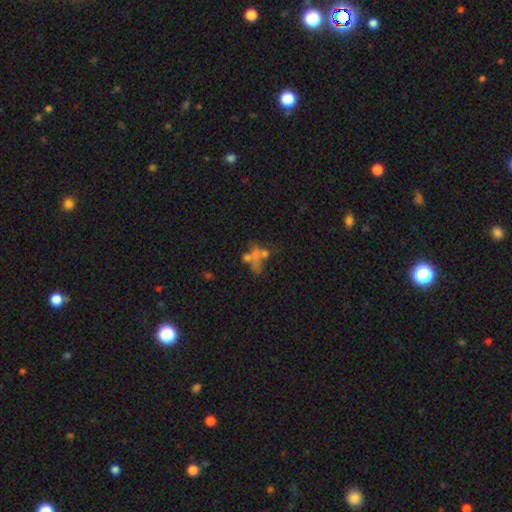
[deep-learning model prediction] Smooth or featured?
  - smooth: 43% *
  - featured or disk: 32%
  - star or artifact: 25%
Merging?
  - merger: 36% *
  - none: 31%
  - major disturbance: 20%
  - minor disturbance: 13%